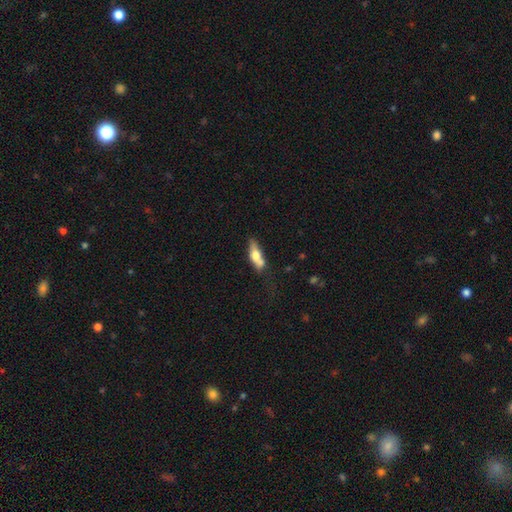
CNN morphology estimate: smooth_or_featured: smooth (p=0.55) [alt: featured or disk p=0.39]
how_rounded: in between (p=0.55) [alt: cigar-shaped p=0.42]
merging: none (p=0.46) [alt: minor disturbance p=0.23]